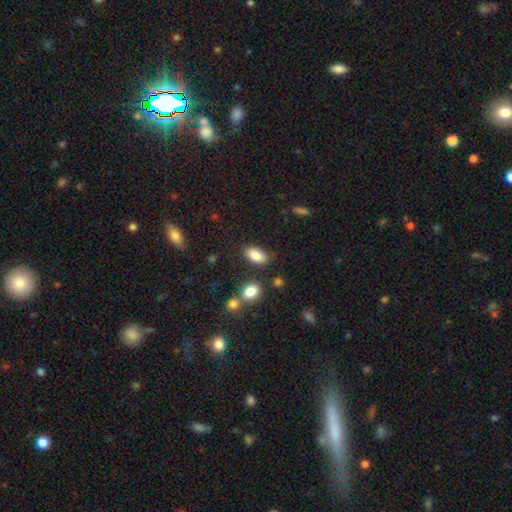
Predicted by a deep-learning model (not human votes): smooth-or-featured: smooth: 84% | star or artifact: 8% | featured or disk: 7%
  how-rounded: in between: 90% | round: 6% | cigar-shaped: 4%
  merging: none: 77% | minor disturbance: 14% | merger: 5% | major disturbance: 4%